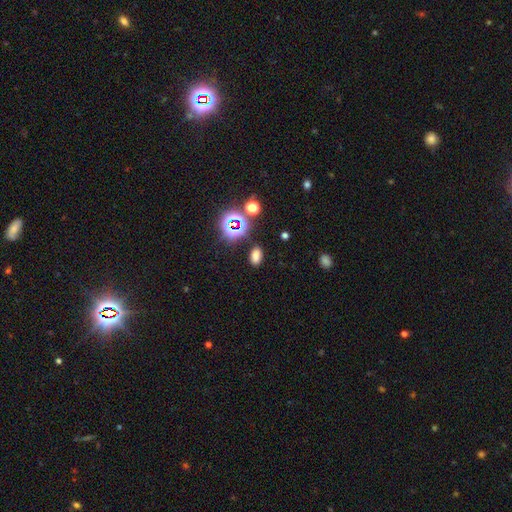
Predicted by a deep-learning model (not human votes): This appears to be a smooth galaxy with no disk features (70%) that is in between round and cigar-shaped (86%). Merging: none (84%).